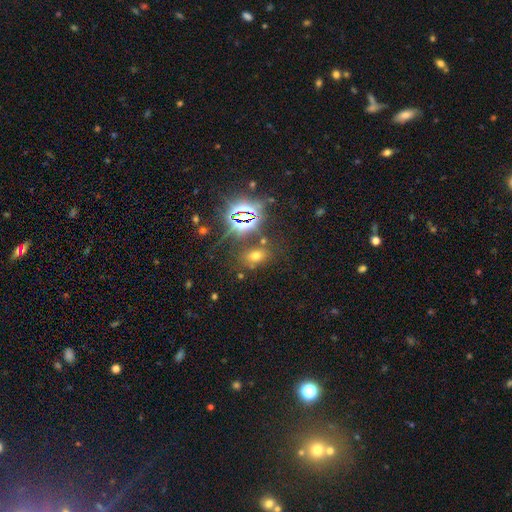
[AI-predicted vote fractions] Smooth or featured? smooth (51%)
How rounded? in between (76%)
Merging? none (74%)